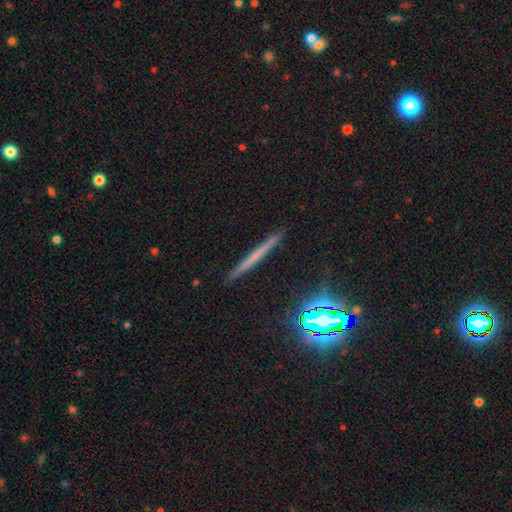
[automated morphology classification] This appears to be a smooth galaxy with no disk features (42%). Merging: none (90%).